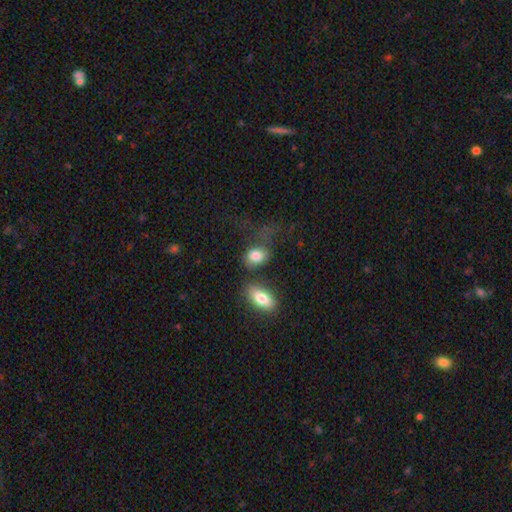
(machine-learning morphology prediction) A smooth galaxy with no disk features (83%) that is in between round and cigar-shaped (76%).

Vote fractions:
- Smooth or featured? smooth: 83% / featured or disk: 9% / star or artifact: 8%
- How rounded? in between: 76% / round: 22% / cigar-shaped: 3%
- Merging? none: 42% / merger: 23% / minor disturbance: 19% / major disturbance: 16%